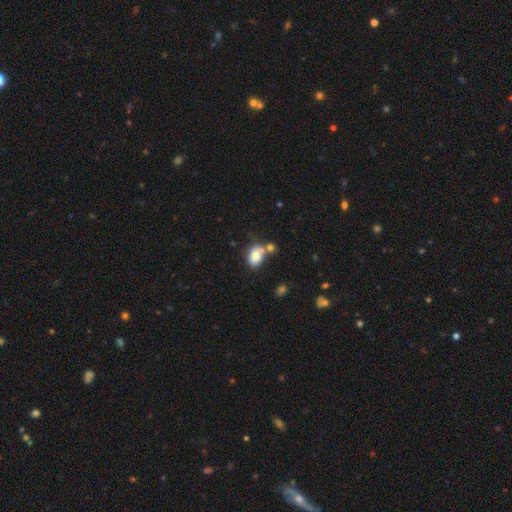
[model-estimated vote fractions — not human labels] smooth_or_featured: smooth (p=0.76) [alt: featured or disk p=0.15]
how_rounded: in between (p=0.73) [alt: round p=0.26]
merging: none (p=0.50) [alt: merger p=0.30]